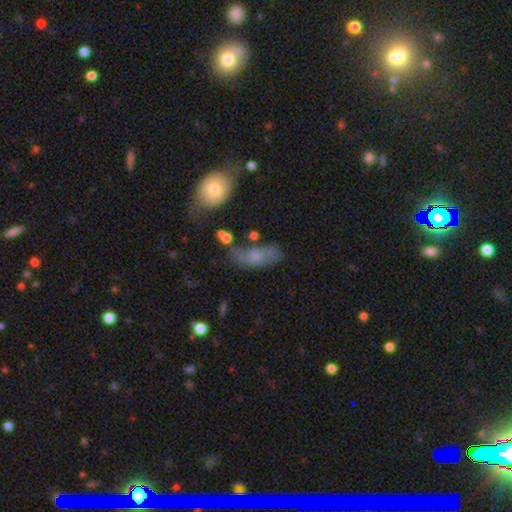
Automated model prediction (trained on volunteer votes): smooth 54%, featured or disk 34%, star or artifact 12%. Down the decision tree: how rounded — in between (78%); merging — none (44%).